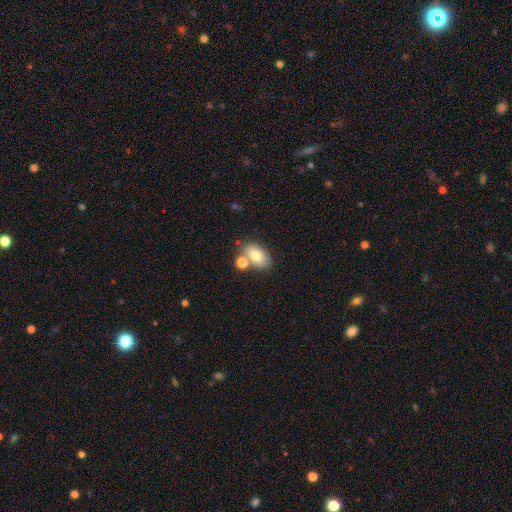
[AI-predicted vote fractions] Smooth or featured? Predicted: smooth (p=0.76). How rounded? Predicted: in between (p=0.85). Merging? Predicted: none (p=0.60).